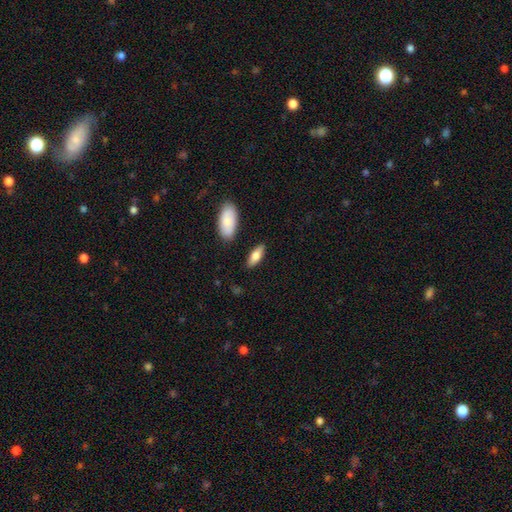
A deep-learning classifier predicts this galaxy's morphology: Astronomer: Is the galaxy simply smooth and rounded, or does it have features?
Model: smooth — 74%.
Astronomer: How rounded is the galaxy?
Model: in between — 71%.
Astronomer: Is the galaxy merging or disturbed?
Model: none — 85%.